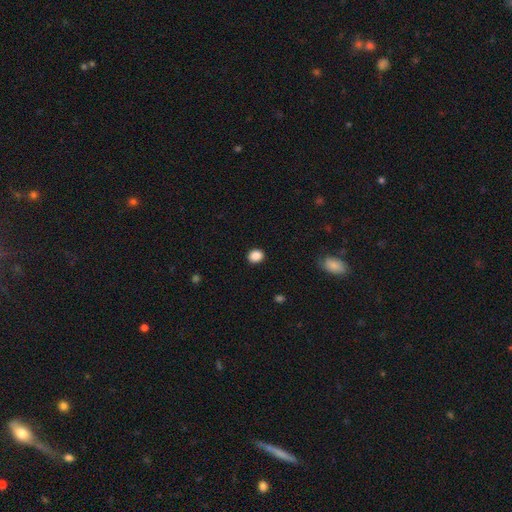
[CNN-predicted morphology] Smooth or featured? smooth (88%)
How rounded? round (64%)
Merging? none (90%)